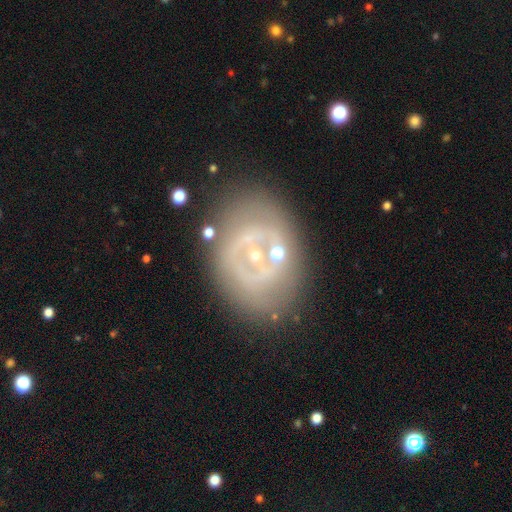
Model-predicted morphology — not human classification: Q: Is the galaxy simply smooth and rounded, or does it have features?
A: featured or disk — 69%.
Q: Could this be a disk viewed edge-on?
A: no — 96%.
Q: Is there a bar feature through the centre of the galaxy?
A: no — 61%.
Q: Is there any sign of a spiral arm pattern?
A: no — 66%.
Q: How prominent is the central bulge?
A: small — 64%.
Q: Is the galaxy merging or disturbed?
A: none — 65%.